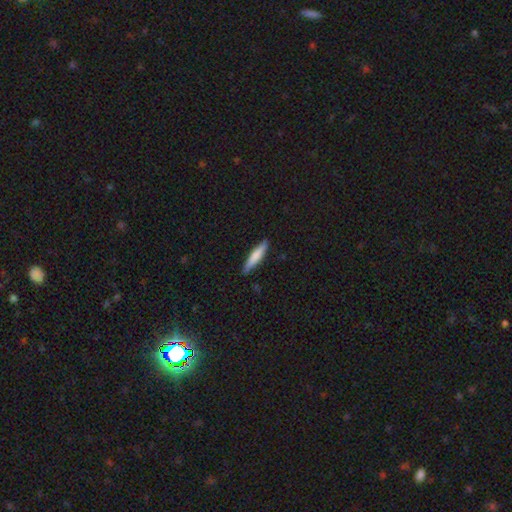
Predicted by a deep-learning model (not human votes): Smooth or featured: smooth — 69% (featured or disk — 25%)
How rounded: cigar-shaped — 87% (in between — 11%)
Merging: none — 87% (minor disturbance — 10%)